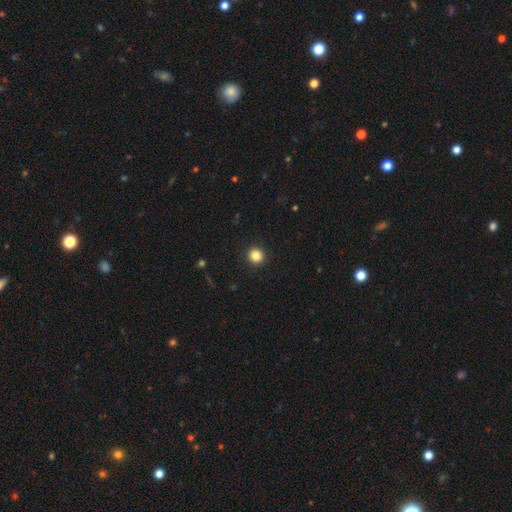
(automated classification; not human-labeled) smooth_or_featured: smooth (p=0.85) [alt: star or artifact p=0.11]
how_rounded: round (p=0.92) [alt: in between p=0.07]
merging: none (p=0.93) [alt: minor disturbance p=0.05]